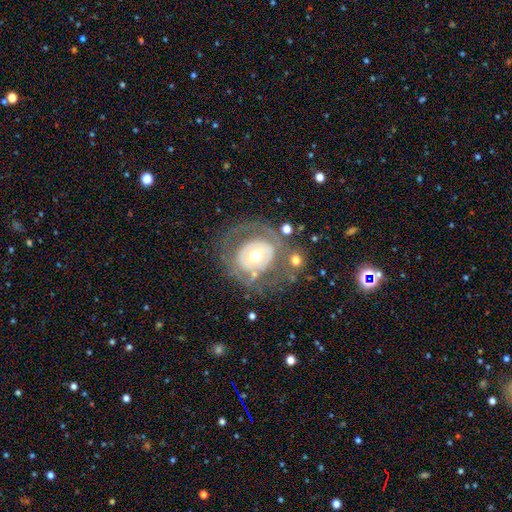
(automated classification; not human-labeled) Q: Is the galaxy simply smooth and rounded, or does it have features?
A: featured or disk — 67%.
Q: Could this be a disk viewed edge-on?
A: no — 96%.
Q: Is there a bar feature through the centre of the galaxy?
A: no — 70%.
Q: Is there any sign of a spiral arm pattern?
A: no — 61%.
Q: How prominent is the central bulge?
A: moderate — 68%.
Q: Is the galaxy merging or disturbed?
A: none — 58%.